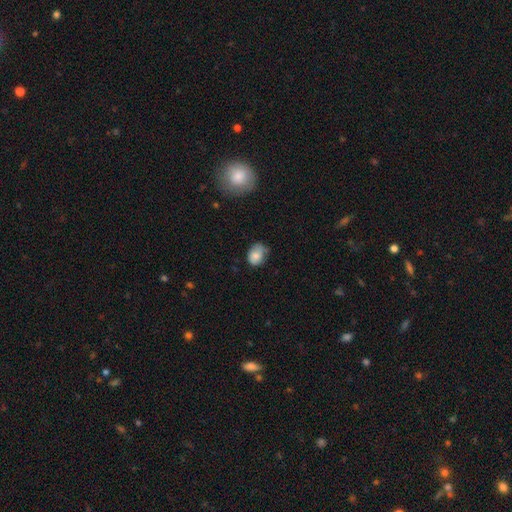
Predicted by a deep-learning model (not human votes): Smooth or featured? smooth (78%)
How rounded? in between (63%)
Merging? none (48%)